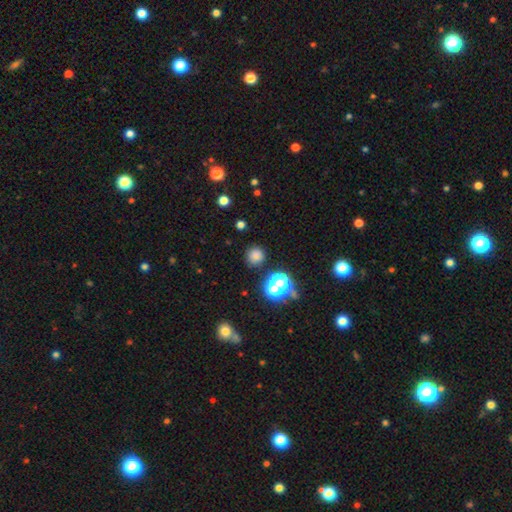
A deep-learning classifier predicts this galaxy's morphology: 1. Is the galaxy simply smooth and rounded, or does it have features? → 74% smooth, 19% star or artifact, 7% featured or disk.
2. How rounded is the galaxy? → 90% round, 9% in between, 1% cigar-shaped.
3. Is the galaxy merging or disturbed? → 81% none, 10% minor disturbance, 5% merger, 4% major disturbance.